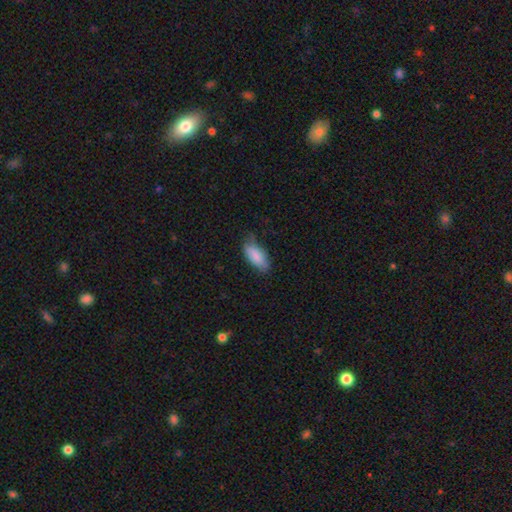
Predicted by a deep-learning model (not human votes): Q: Smooth or featured?
A: smooth (84%); runner-up: featured or disk (9%)
Q: How rounded?
A: in between (87%); runner-up: cigar-shaped (11%)
Q: Merging?
A: none (58%); runner-up: minor disturbance (33%)